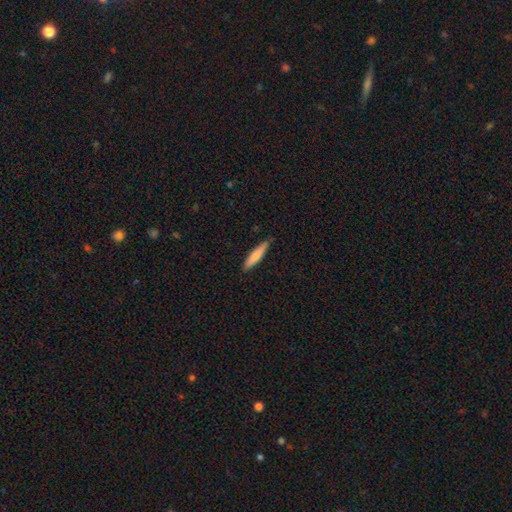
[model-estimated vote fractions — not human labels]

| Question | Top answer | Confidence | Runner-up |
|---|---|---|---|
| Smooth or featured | smooth | 72% | featured or disk (23%) |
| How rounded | cigar-shaped | 89% | in between (10%) |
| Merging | none | 87% | minor disturbance (10%) |